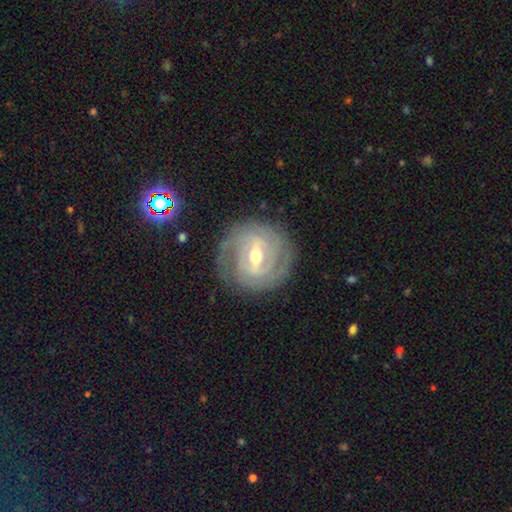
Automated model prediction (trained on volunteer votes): This appears to be a featured or disk galaxy (86%) with a strong bar (48%), 2 (35%) tight (72%) spiral arms (93%) and a moderate central bulge (65%). Merging: none (82%).